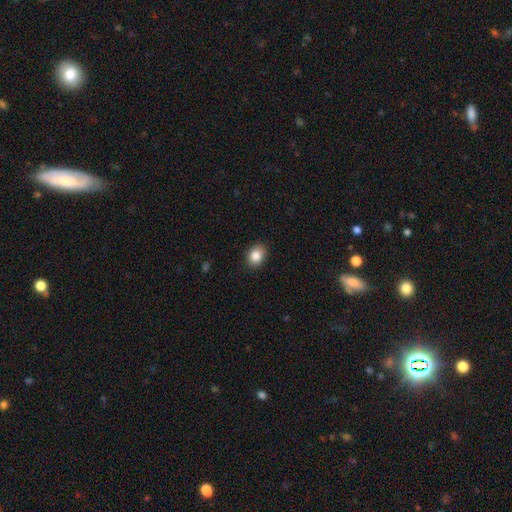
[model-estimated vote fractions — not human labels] Smooth or featured? Predicted: smooth (p=0.85). How rounded? Predicted: in between (p=0.59). Merging? Predicted: none (p=0.86).